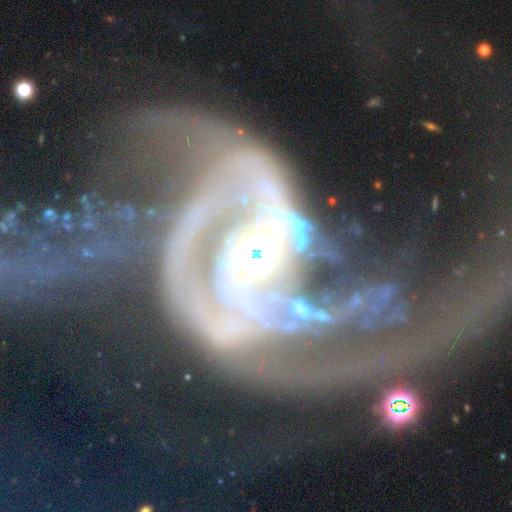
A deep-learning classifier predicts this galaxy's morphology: A featured or disk galaxy (89%) with a strong bar (34%), 2 (47%) medium (43%) spiral arms (89%) and a moderate central bulge (60%). Merging: major disturbance (44%).